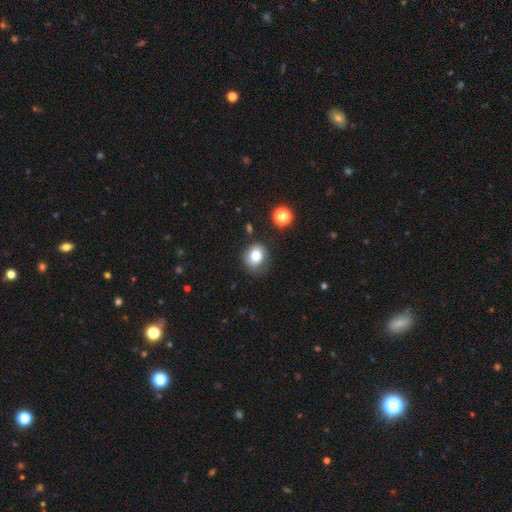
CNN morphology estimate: Q: Smooth or featured?
A: smooth (79%); runner-up: star or artifact (11%)
Q: How rounded?
A: round (67%); runner-up: in between (32%)
Q: Merging?
A: none (70%); runner-up: minor disturbance (20%)